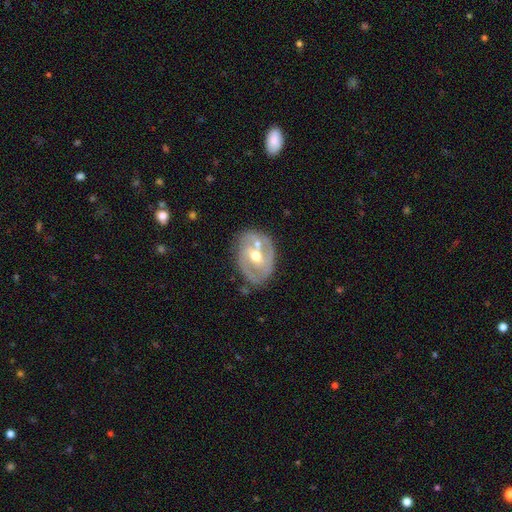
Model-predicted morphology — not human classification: smooth-or-featured: featured or disk: 74% | smooth: 20% | star or artifact: 6%
  disk-edge-on: no: 95% | yes: 5%
    bar: weak: 44% | no: 34% | strong: 22%
    has-spiral-arms: yes: 67% | no: 33%
    bulge-size: moderate: 75% | small: 17% | large: 5% | none: 1% | dominant: 1%
  merging: none: 60% | minor disturbance: 19% | merger: 13% | major disturbance: 7%